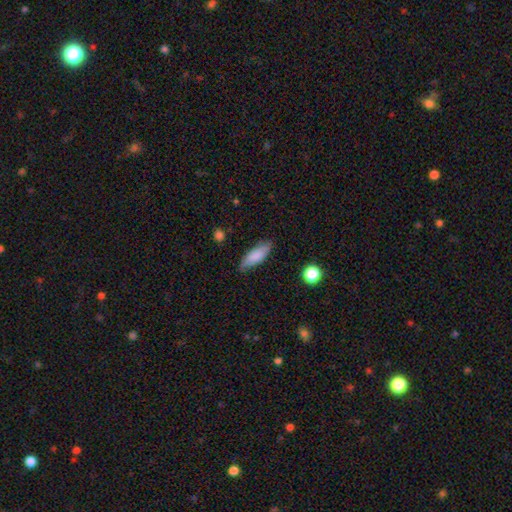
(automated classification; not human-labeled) Morphology: type=smooth (79%); roundness=in between (61%); merging=none (80%).